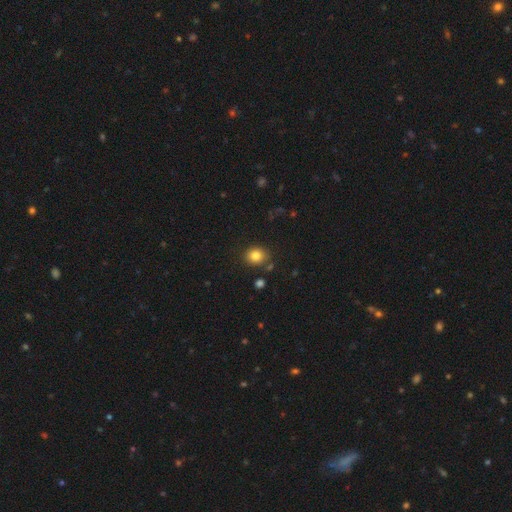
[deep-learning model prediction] This is clearly a smooth galaxy (83%). How rounded: likely round (76%). Merging: clearly none (83%).